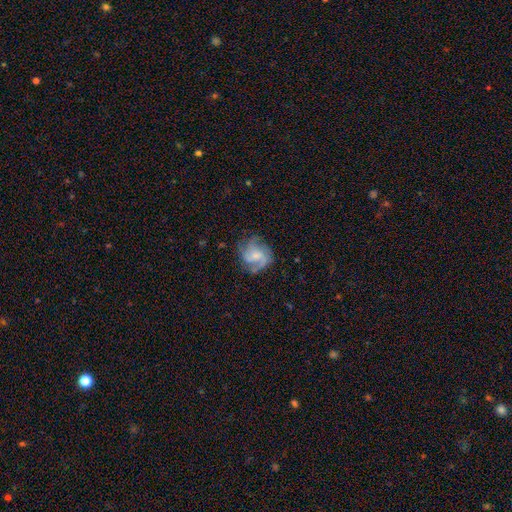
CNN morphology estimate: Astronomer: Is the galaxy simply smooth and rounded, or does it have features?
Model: featured or disk — 74%.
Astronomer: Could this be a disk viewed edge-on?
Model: no — 98%.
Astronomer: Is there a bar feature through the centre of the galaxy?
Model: no — 51% (runner-up: weak, 41%).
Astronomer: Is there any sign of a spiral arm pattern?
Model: yes — 92%.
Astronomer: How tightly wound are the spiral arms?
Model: medium — 48% (runner-up: loose, 27%).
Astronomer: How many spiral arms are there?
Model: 3 — 33% (runner-up: 2, 32%).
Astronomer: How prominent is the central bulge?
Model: small — 46% (runner-up: moderate, 35%).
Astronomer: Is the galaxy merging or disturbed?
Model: none — 64%.